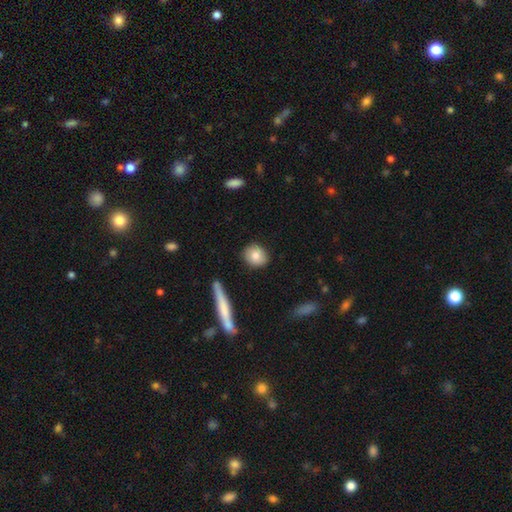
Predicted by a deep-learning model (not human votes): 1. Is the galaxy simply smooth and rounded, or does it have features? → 83% smooth, 10% featured or disk, 7% star or artifact.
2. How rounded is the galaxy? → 71% round, 26% in between, 3% cigar-shaped.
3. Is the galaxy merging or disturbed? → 86% none, 10% minor disturbance, 2% major disturbance, 2% merger.